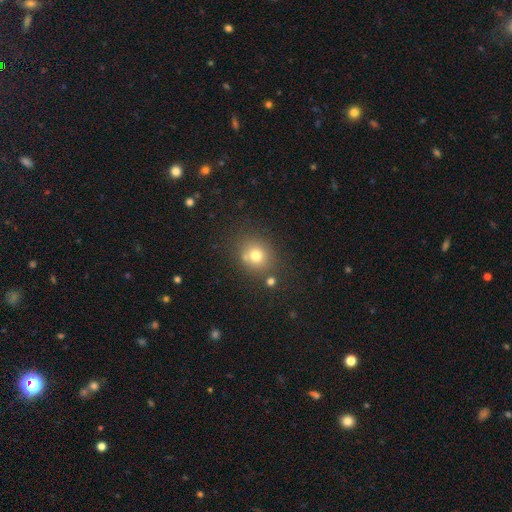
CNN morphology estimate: Q: Smooth or featured?
A: smooth (74%); runner-up: star or artifact (14%)
Q: How rounded?
A: round (78%); runner-up: in between (21%)
Q: Merging?
A: none (71%); runner-up: minor disturbance (12%)